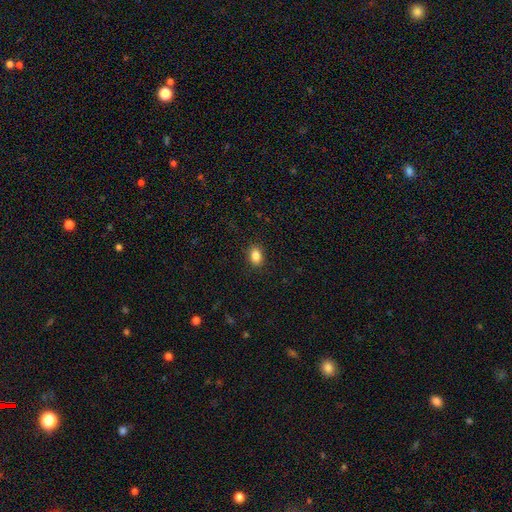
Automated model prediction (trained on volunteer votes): smooth 86%, star or artifact 9%, featured or disk 5%. Down the decision tree: how rounded — in between (77%); merging — none (89%).